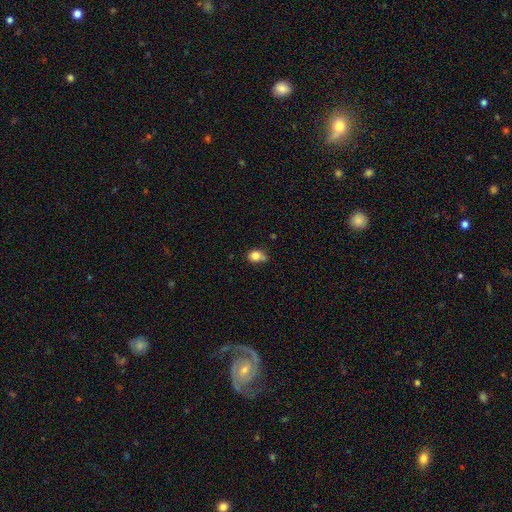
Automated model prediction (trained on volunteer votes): Smooth or featured? Predicted: smooth (p=0.82). How rounded? Predicted: in between (p=0.54). Merging? Predicted: none (p=0.47).